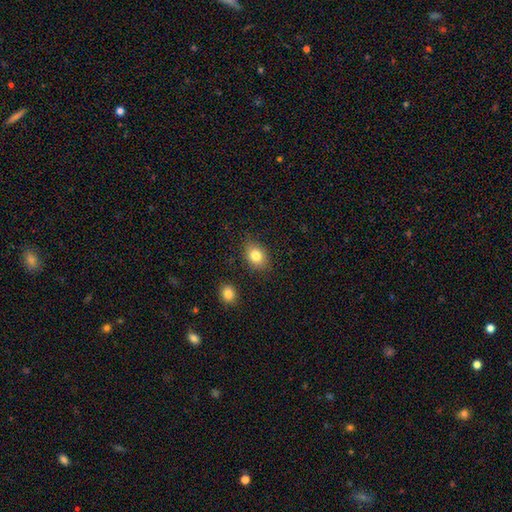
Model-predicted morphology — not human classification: smooth 82%, featured or disk 9%, star or artifact 9%. Down the decision tree: how rounded — in between (72%); merging — none (82%).